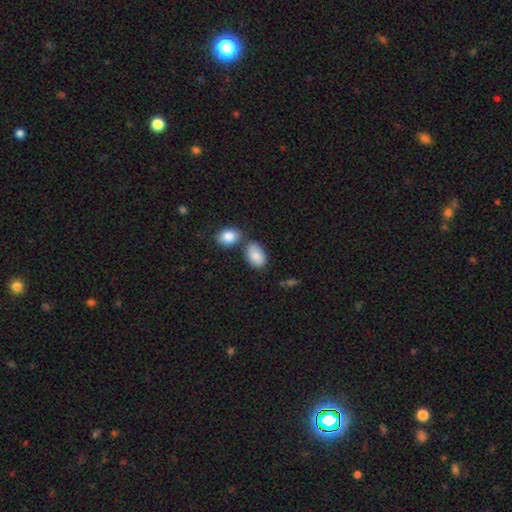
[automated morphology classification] Smooth or featured? Predicted: smooth (p=0.86). How rounded? Predicted: in between (p=0.90). Merging? Predicted: none (p=0.56).